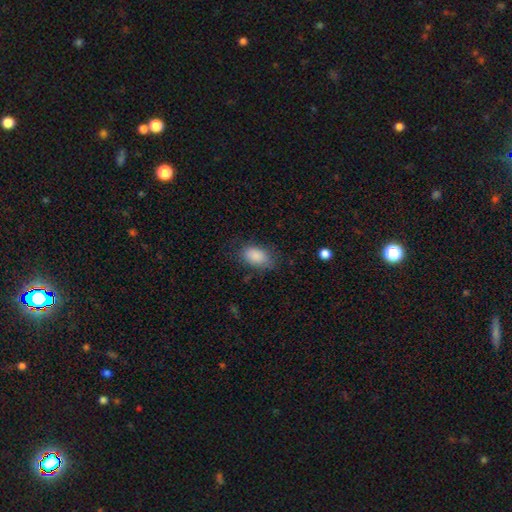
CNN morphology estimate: This appears to be a smooth galaxy with no disk features (87%) that is in between round and cigar-shaped (92%). Merging: none (73%).